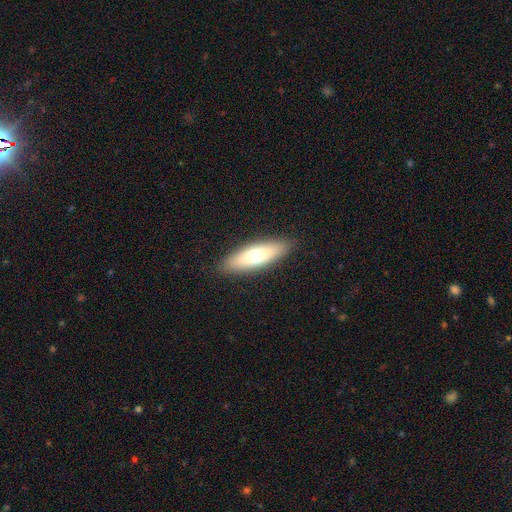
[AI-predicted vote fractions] This is likely a smooth galaxy (62%). How rounded: possibly cigar-shaped (50%). Merging: clearly none (89%).